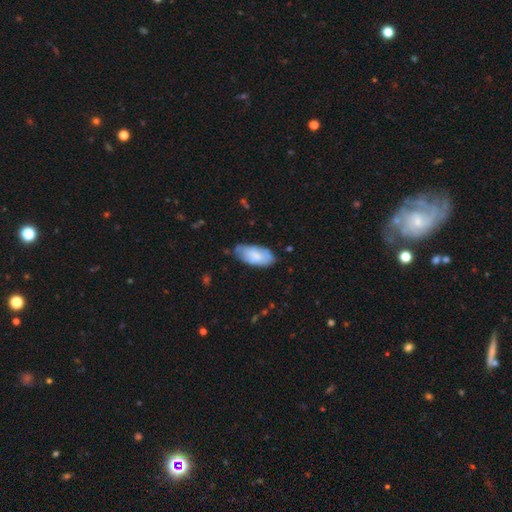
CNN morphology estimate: This appears to be a smooth galaxy with no disk features (75%) that is in between round and cigar-shaped (93%). Merging: none (65%).